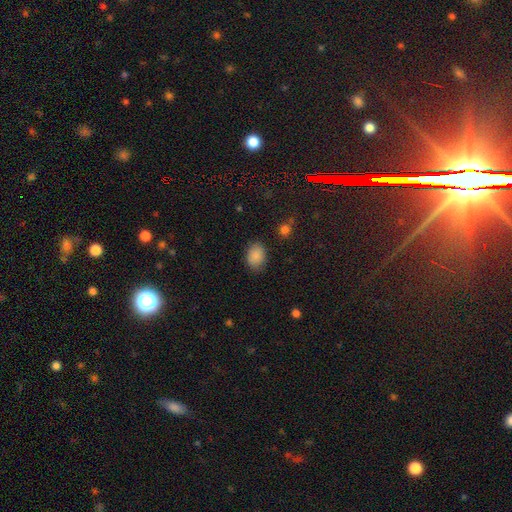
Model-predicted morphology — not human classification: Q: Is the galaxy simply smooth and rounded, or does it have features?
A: smooth — 87%.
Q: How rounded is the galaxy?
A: in between — 69%.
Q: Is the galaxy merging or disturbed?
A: none — 81%.